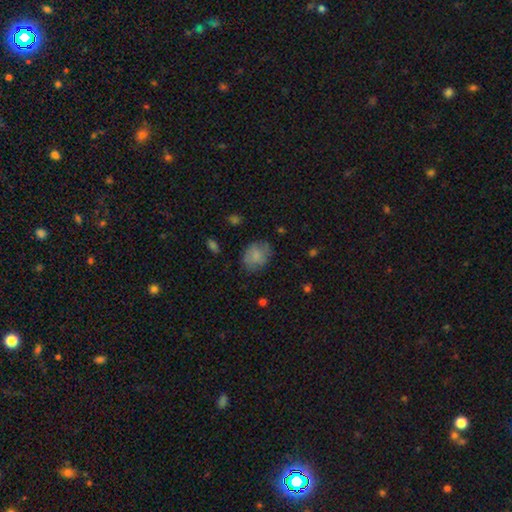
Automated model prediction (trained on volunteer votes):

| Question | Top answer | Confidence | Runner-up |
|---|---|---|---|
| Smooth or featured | smooth | 74% | featured or disk (17%) |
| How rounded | round | 57% | in between (42%) |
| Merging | none | 67% | minor disturbance (23%) |